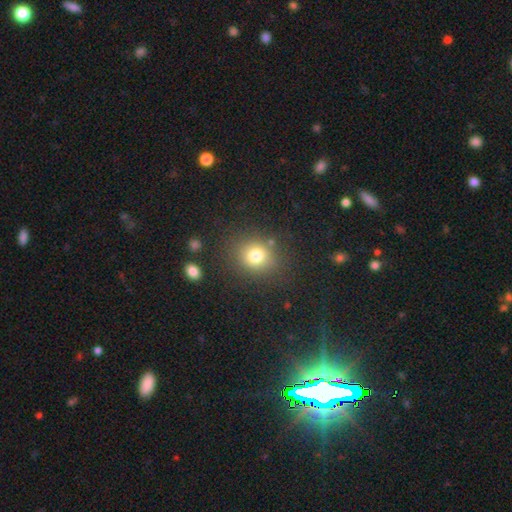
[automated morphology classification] A smooth galaxy with no disk features (77%) that is round (77%). Merging: none (82%).